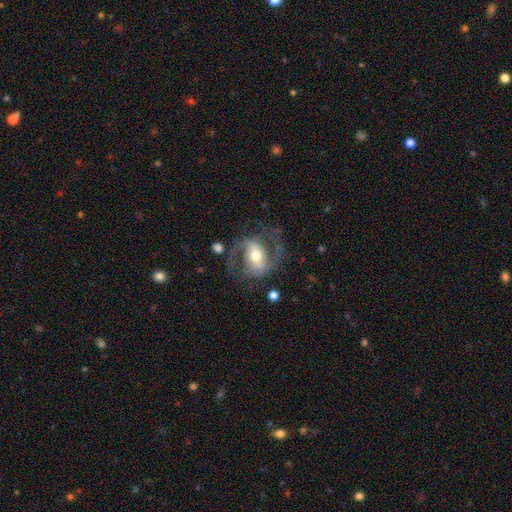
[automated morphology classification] Overall: featured or disk (84%). Edge-on disk: no (97%). Bar: strong (38%, tied with weak). Spiral arms: yes (92%). Spiral arm count: 2 (91%). Spiral winding: medium (57%; loose 27%). Bulge size: moderate (68%). Merging: none (70%).